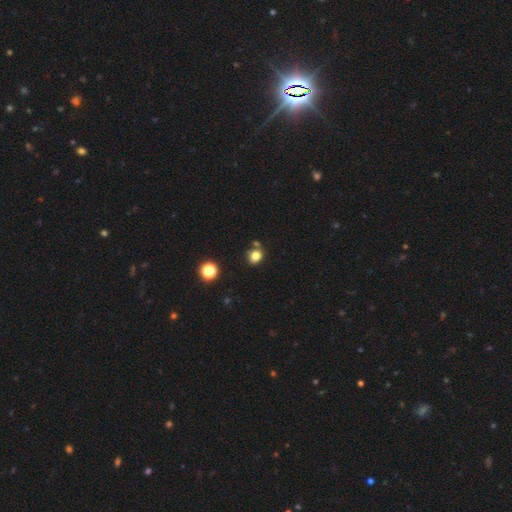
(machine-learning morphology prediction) Overall: smooth (81%). How rounded: round (62%; in between 37%). Merging: none (72%).